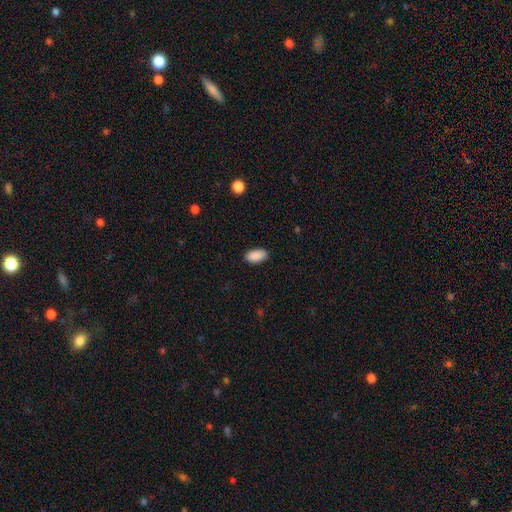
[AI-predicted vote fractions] A smooth galaxy with no disk features (90%) that is in between round and cigar-shaped (94%). Merging: none (88%).